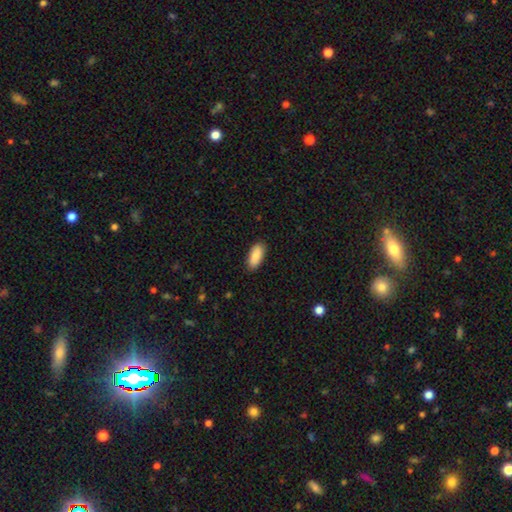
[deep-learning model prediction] Smooth or featured: smooth — 87% (featured or disk — 8%)
How rounded: in between — 89% (cigar-shaped — 9%)
Merging: none — 88% (minor disturbance — 9%)